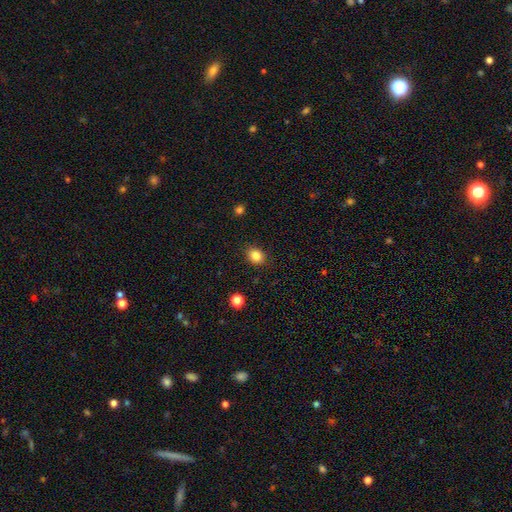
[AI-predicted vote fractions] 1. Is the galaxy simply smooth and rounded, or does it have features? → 85% smooth, 10% star or artifact, 5% featured or disk.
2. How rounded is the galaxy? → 55% round, 44% in between, 1% cigar-shaped.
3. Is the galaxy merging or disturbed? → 88% none, 8% minor disturbance, 2% major disturbance, 1% merger.